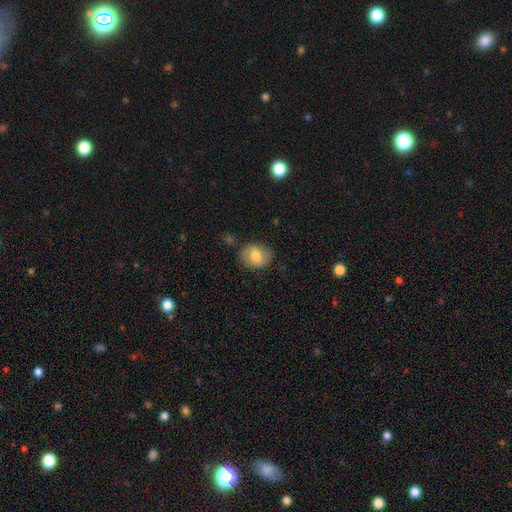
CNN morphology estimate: The model was most divided on "how rounded": round: 50%, in between: 49%, cigar-shaped: 1%. More confident: merging — none (77%); smooth or featured — smooth (73%).